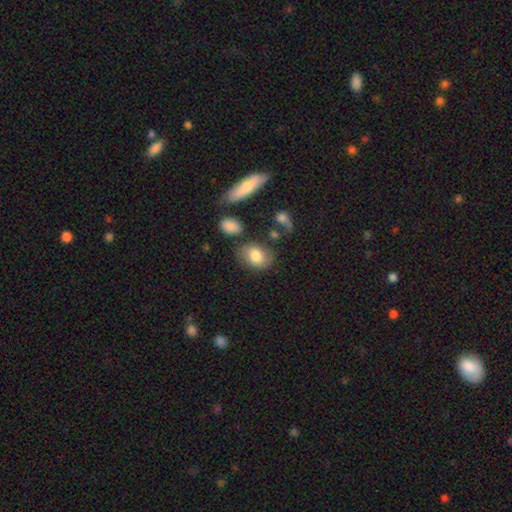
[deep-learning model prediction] Smooth or featured? Predicted: smooth (p=0.77). How rounded? Predicted: in between (p=0.73). Merging? Predicted: none (p=0.66).